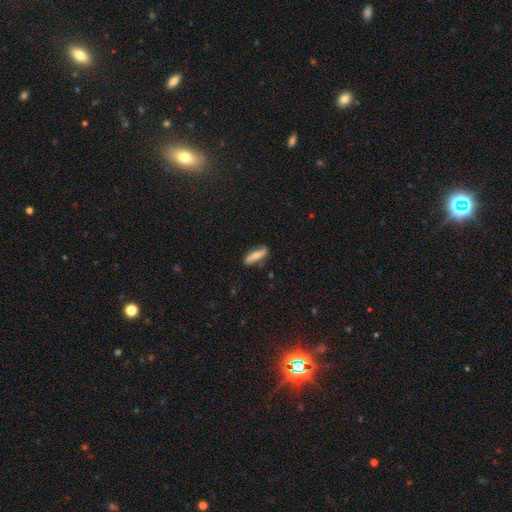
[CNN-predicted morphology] smooth 62%, featured or disk 31%, star or artifact 6%. Down the decision tree: how rounded — cigar-shaped (62%); merging — none (81%).